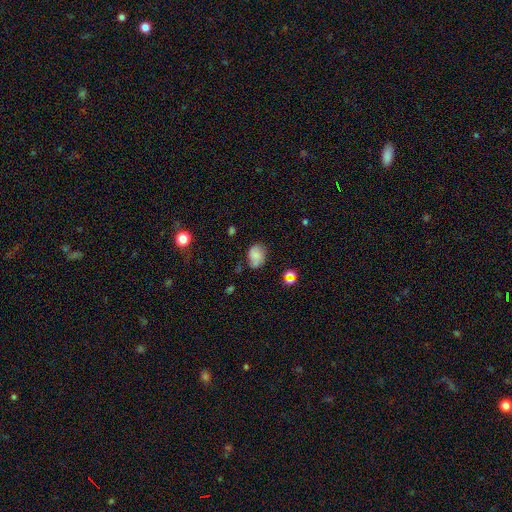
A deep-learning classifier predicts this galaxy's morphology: Smooth or featured?
  - smooth: 68% *
  - featured or disk: 21%
  - star or artifact: 11%
How rounded?
  - in between: 64% *
  - round: 35%
  - cigar-shaped: 1%
Merging?
  - none: 64% *
  - minor disturbance: 25%
  - major disturbance: 7%
  - merger: 4%